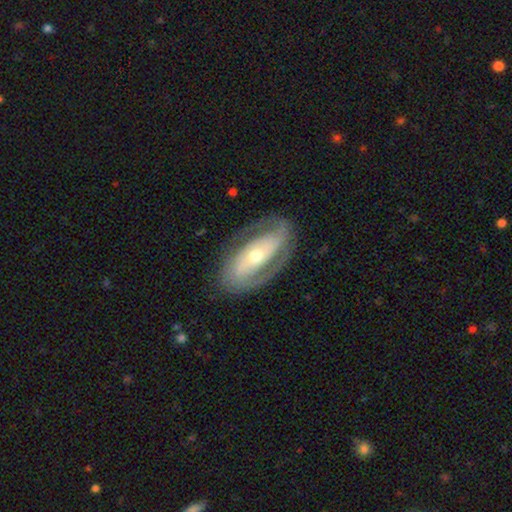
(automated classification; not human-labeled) Smooth or featured? Predicted: featured or disk (p=0.82). Edge-on disk? Predicted: no (p=0.94). Bar? Predicted: no (p=0.41). Spiral arms? Predicted: yes (p=0.89). Spiral winding? Predicted: tight (p=0.45). Spiral arm count? Predicted: 2 (p=0.83). Bulge size? Predicted: moderate (p=0.50). Merging? Predicted: none (p=0.79).